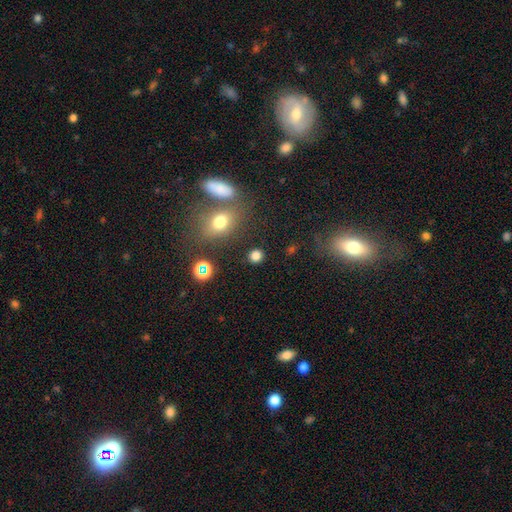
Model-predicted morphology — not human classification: Smooth or featured? Predicted: smooth (p=0.78). How rounded? Predicted: round (p=0.79). Merging? Predicted: none (p=0.85).